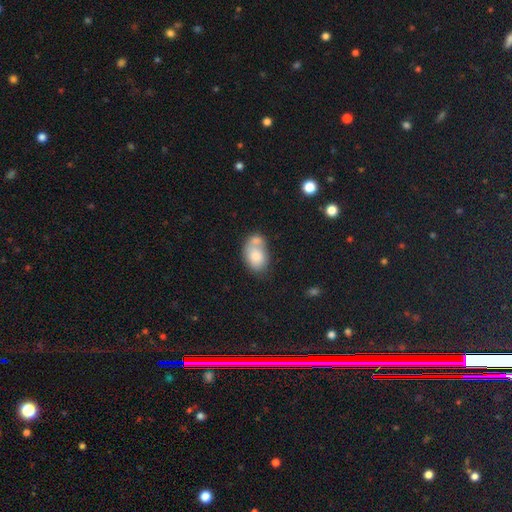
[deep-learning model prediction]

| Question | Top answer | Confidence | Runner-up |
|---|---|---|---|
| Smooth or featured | smooth | 77% | featured or disk (16%) |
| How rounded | in between | 84% | round (15%) |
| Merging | merger | 48% | none (29%) |